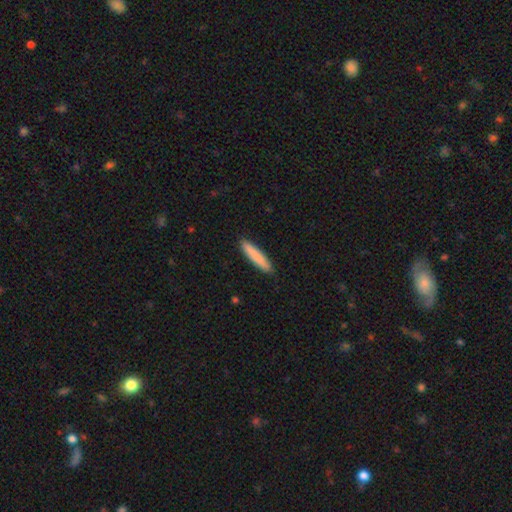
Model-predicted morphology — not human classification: Smooth or featured?
  - smooth: 84% *
  - featured or disk: 10%
  - star or artifact: 5%
How rounded?
  - cigar-shaped: 91% *
  - in between: 8%
  - round: 1%
Merging?
  - none: 91% *
  - minor disturbance: 7%
  - major disturbance: 1%
  - merger: 1%